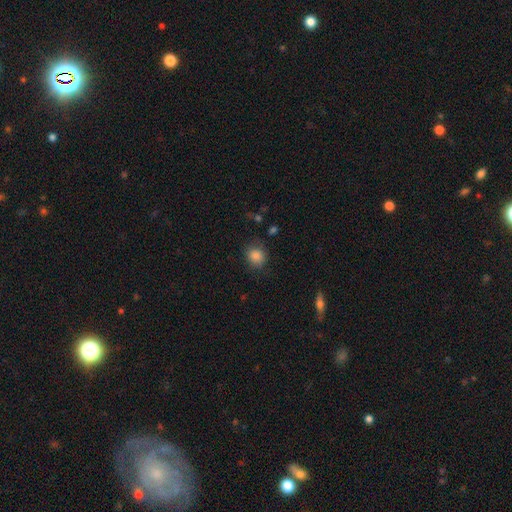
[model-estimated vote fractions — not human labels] Smooth or featured? smooth (85%)
How rounded? round (72%)
Merging? none (78%)